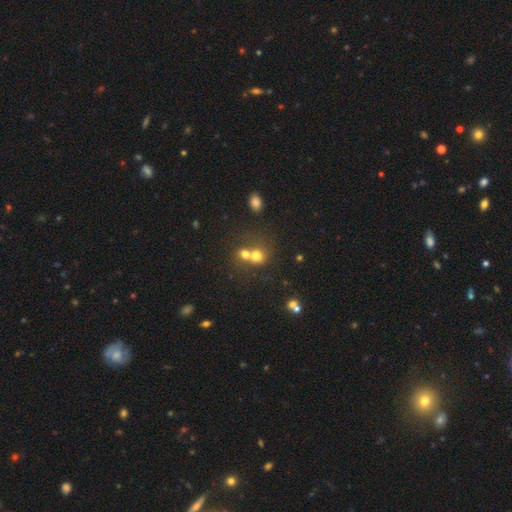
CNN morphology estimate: The model was most divided on "merging": merger: 58%, none: 31%, minor disturbance: 7%, major disturbance: 5%. More confident: how rounded — round (73%); smooth or featured — smooth (70%).